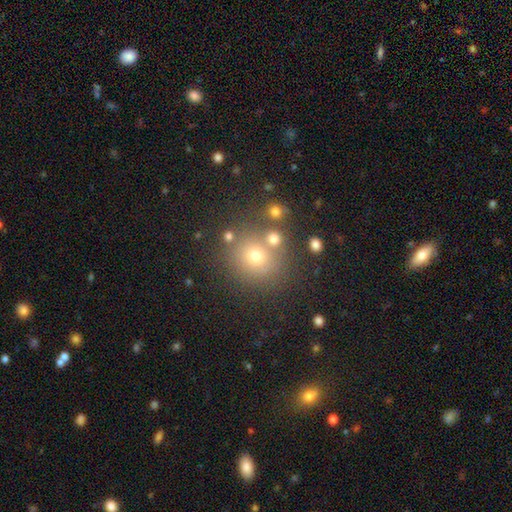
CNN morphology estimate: Smooth or featured? smooth (67%)
How rounded? round (86%)
Merging? none (71%)